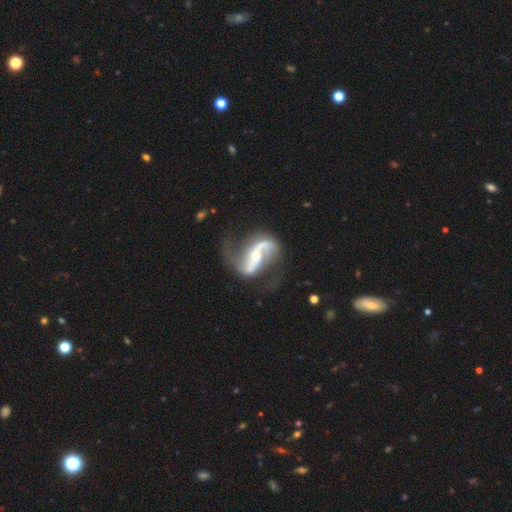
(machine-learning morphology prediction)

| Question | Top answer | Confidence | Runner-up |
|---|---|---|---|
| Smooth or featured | featured or disk | 90% | smooth (5%) |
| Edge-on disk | no | 96% | yes (4%) |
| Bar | strong | 45% | no (29%) |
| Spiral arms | yes | 96% | no (4%) |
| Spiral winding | loose | 68% | medium (26%) |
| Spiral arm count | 2 | 92% | 1 (3%) |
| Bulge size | small | 52% | moderate (42%) |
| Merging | none | 65% | minor disturbance (17%) |